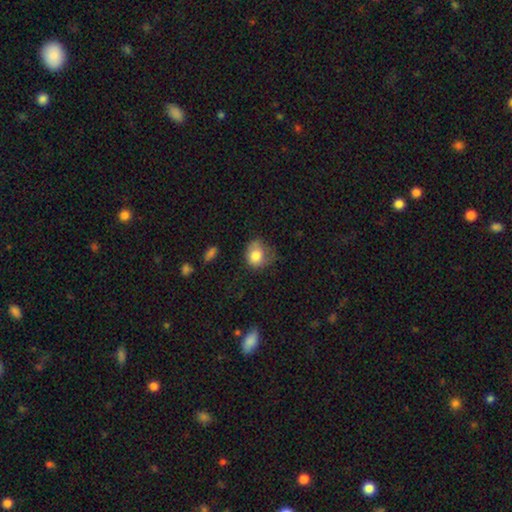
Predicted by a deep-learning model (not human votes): smooth 79%, featured or disk 13%, star or artifact 8%. Down the decision tree: how rounded — round (63%); merging — none (36%).